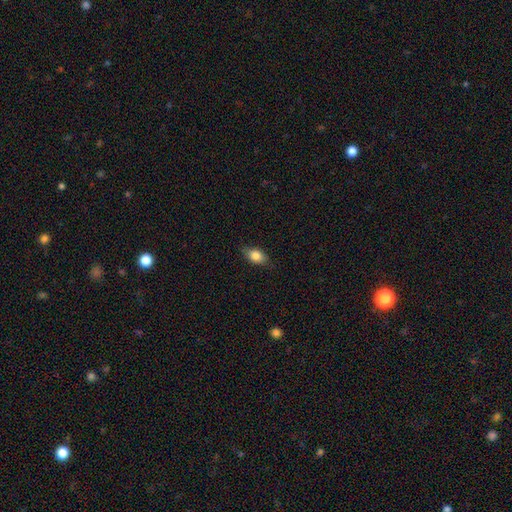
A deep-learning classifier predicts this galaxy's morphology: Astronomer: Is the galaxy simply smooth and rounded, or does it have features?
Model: smooth — 83%.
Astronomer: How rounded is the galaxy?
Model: in between — 82%.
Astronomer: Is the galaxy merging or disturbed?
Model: none — 80%.